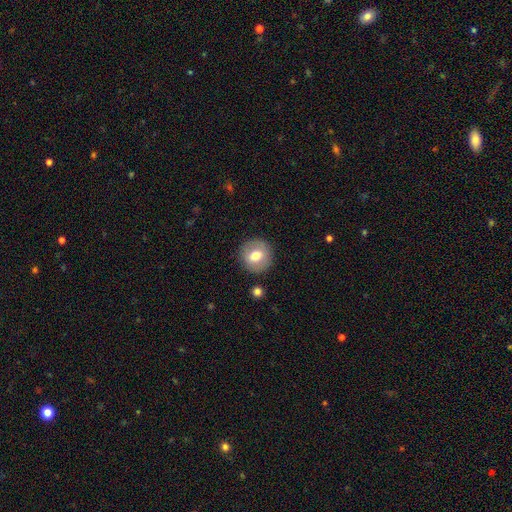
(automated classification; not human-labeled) Smooth or featured?
  - smooth: 68% *
  - featured or disk: 24%
  - star or artifact: 8%
How rounded?
  - round: 92% *
  - in between: 7%
  - cigar-shaped: 1%
Merging?
  - none: 88% *
  - minor disturbance: 8%
  - major disturbance: 2%
  - merger: 2%